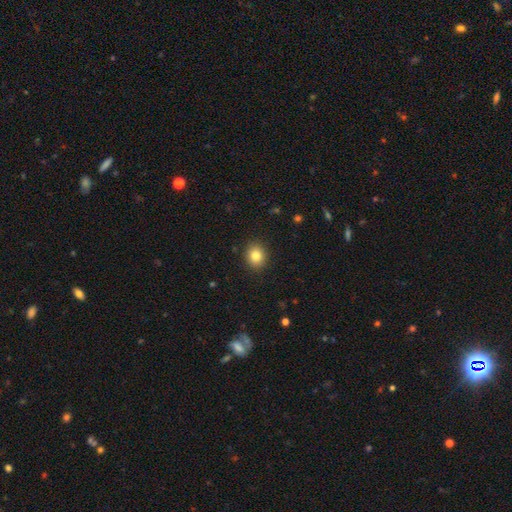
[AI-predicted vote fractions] smooth 84%, star or artifact 10%, featured or disk 6%. Down the decision tree: how rounded — round (68%); merging — none (91%).